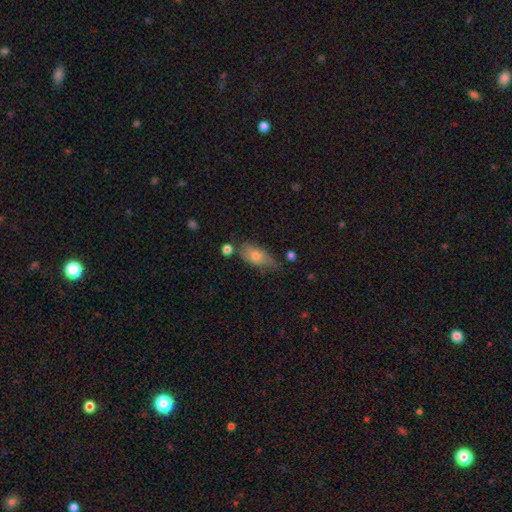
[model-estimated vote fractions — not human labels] The model was most divided on "merging": none: 52%, minor disturbance: 32%, major disturbance: 9%, merger: 7%. More confident: how rounded — in between (84%); smooth or featured — smooth (62%).